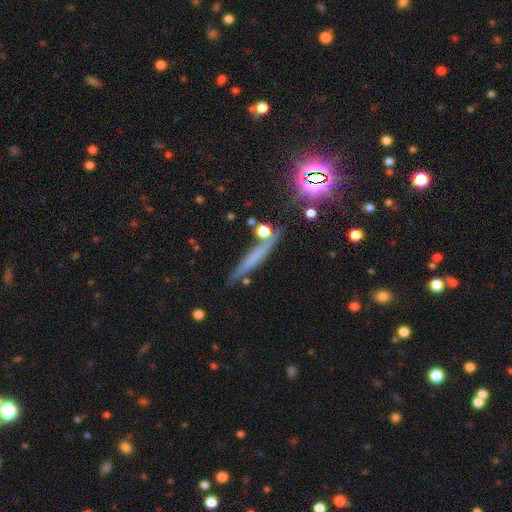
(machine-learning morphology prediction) This is possibly a smooth galaxy (47%). Merging: likely none (77%).